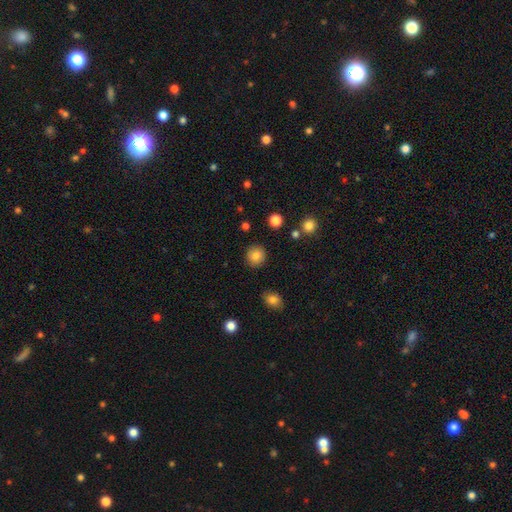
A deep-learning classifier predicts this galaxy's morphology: Q: Smooth or featured?
A: smooth (84%); runner-up: star or artifact (9%)
Q: How rounded?
A: round (90%); runner-up: in between (9%)
Q: Merging?
A: none (90%); runner-up: minor disturbance (6%)